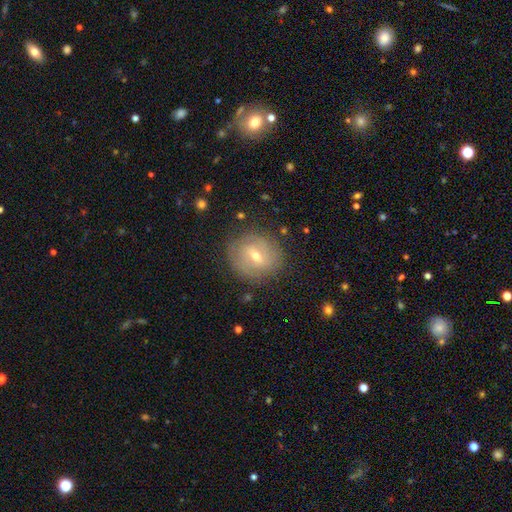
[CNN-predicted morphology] featured or disk 55%, smooth 36%, star or artifact 10%. Down the decision tree: edge-on disk — no (94%); bar — weak (54%); spiral arms — yes (54%); bulge size — small (51%); merging — none (80%).